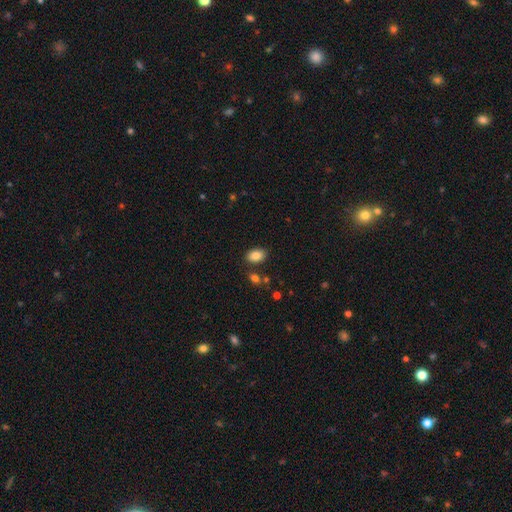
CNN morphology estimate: Smooth or featured? Predicted: smooth (p=0.85). How rounded? Predicted: in between (p=0.86). Merging? Predicted: none (p=0.82).